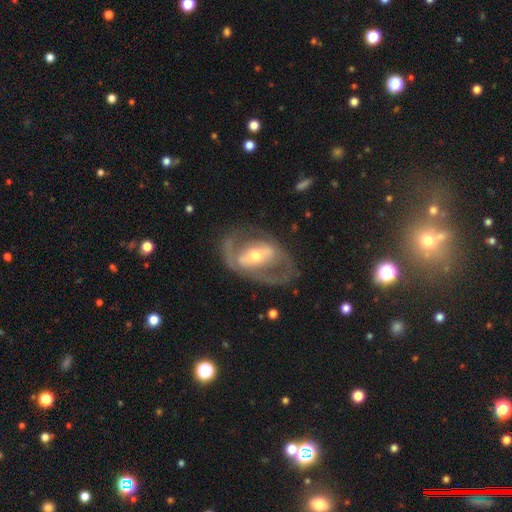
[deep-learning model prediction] Morphology: type=featured or disk (79%); edge-on=no (94%); bar=strong (42%); spiral arms=yes (61%); bulge=moderate (59%); merging=none (64%).